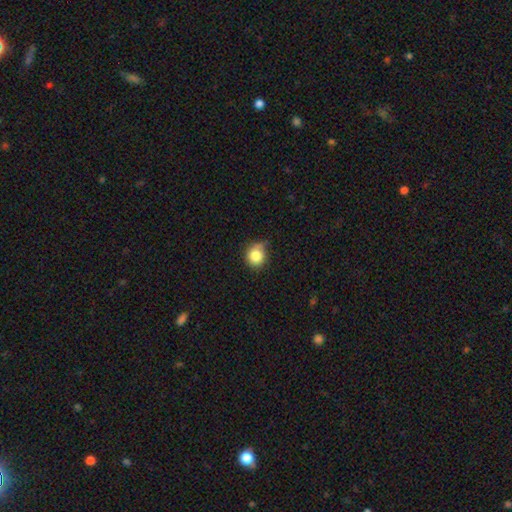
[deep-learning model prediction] Smooth or featured? Predicted: smooth (p=0.83). How rounded? Predicted: round (p=0.87). Merging? Predicted: none (p=0.56).